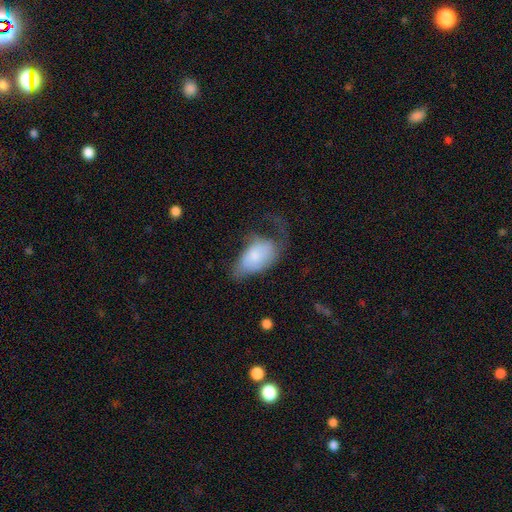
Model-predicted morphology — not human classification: A smooth galaxy with no disk features (58%) that is in between round and cigar-shaped (92%). Merging: major disturbance (53%).